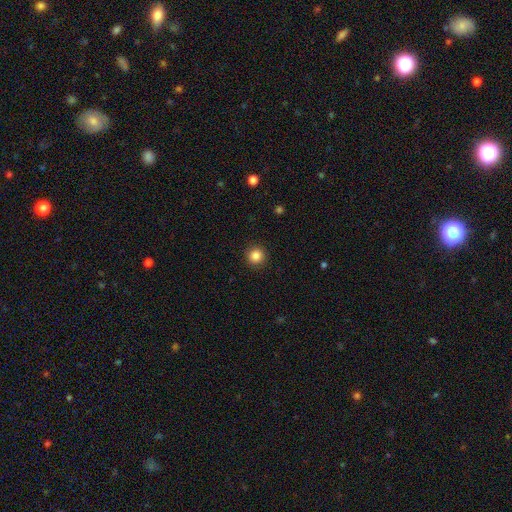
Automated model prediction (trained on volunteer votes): smooth-or-featured: smooth: 85% | star or artifact: 11% | featured or disk: 4%
  how-rounded: round: 94% | in between: 5% | cigar-shaped: 1%
  merging: none: 92% | minor disturbance: 5% | major disturbance: 2% | merger: 1%